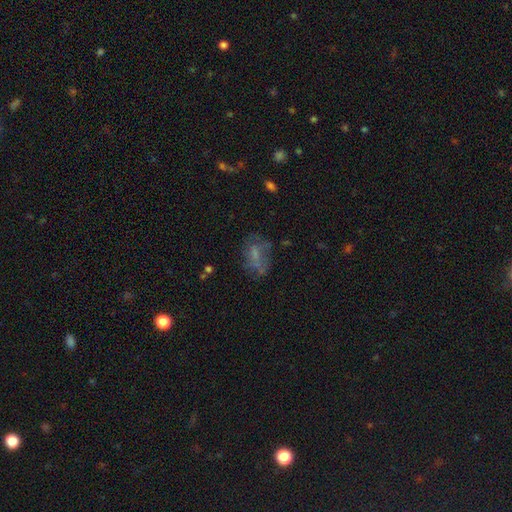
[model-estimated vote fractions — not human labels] Morphology: type=smooth (47%); merging=none (47%).